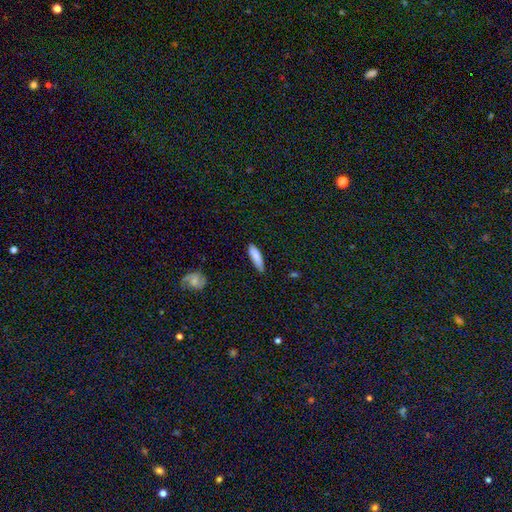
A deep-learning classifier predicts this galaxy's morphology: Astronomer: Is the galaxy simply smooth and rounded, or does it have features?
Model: smooth — 86%.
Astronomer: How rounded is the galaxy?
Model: cigar-shaped — 61% (runner-up: in between, 37%).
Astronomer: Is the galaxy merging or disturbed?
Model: none — 72%.